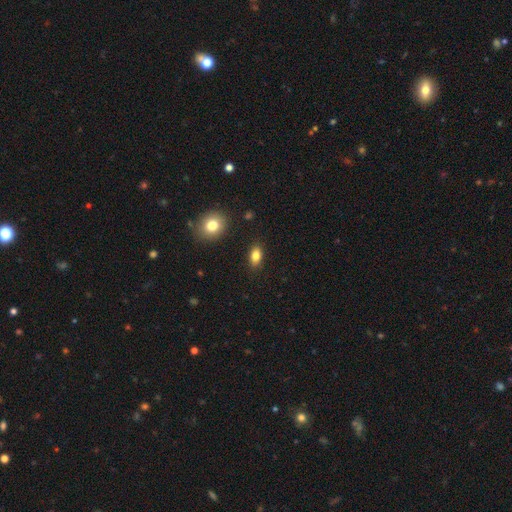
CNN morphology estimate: Smooth or featured?
  - smooth: 82% *
  - star or artifact: 10%
  - featured or disk: 8%
How rounded?
  - in between: 87% *
  - round: 10%
  - cigar-shaped: 4%
Merging?
  - none: 87% *
  - minor disturbance: 9%
  - major disturbance: 2%
  - merger: 2%